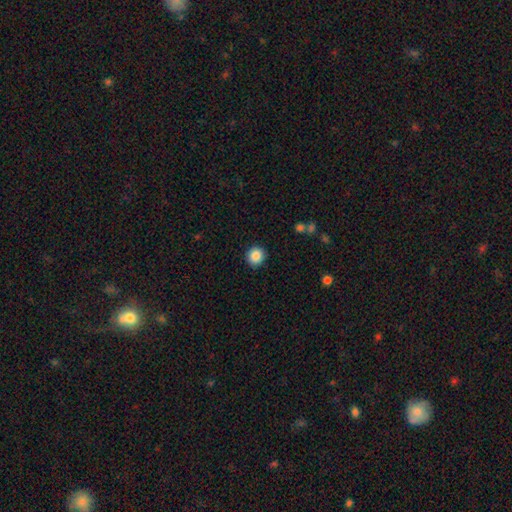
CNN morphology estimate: Overall: smooth (87%). How rounded: round (90%). Merging: none (90%).